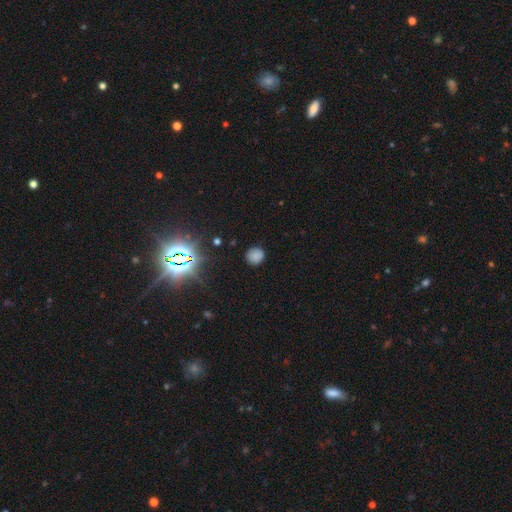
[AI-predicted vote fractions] This appears to be a smooth galaxy with no disk features (75%) that is round (87%). Merging: none (84%).